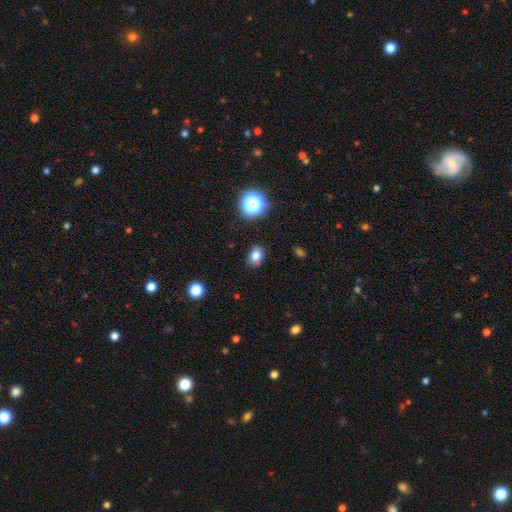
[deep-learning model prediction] Smooth or featured? Predicted: smooth (p=0.80). How rounded? Predicted: in between (p=0.57). Merging? Predicted: none (p=0.85).